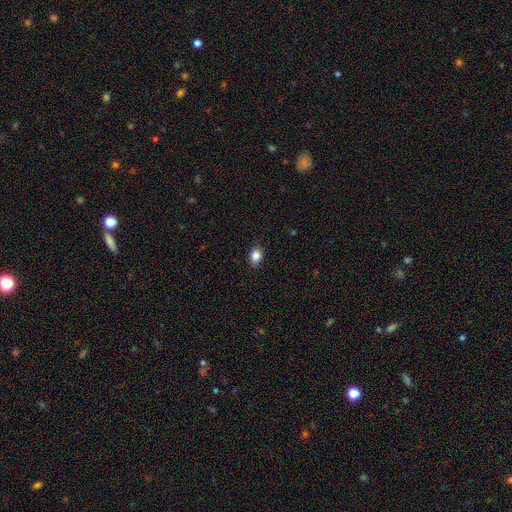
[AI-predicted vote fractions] Smooth or featured? Predicted: smooth (p=0.86). How rounded? Predicted: in between (p=0.64). Merging? Predicted: none (p=0.87).